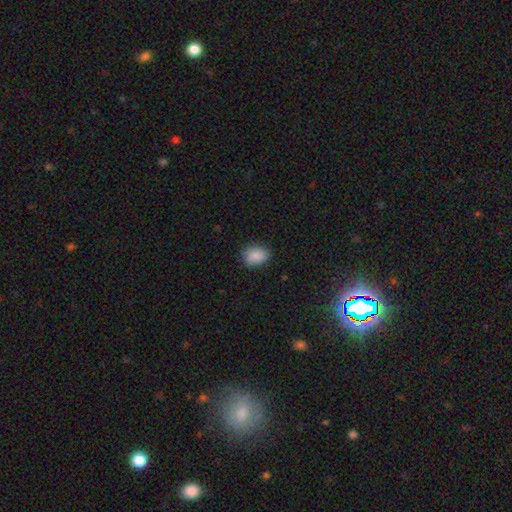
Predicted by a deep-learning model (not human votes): Smooth or featured? smooth (87%)
How rounded? in between (61%)
Merging? none (77%)